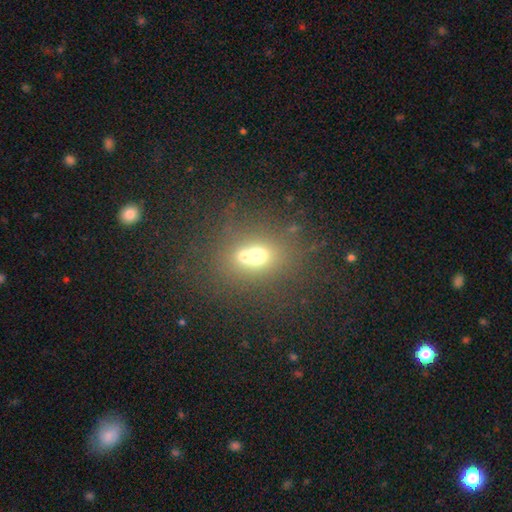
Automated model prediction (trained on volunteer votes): Smooth or featured? Predicted: smooth (p=0.61). How rounded? Predicted: round (p=0.63). Merging? Predicted: merger (p=0.54).